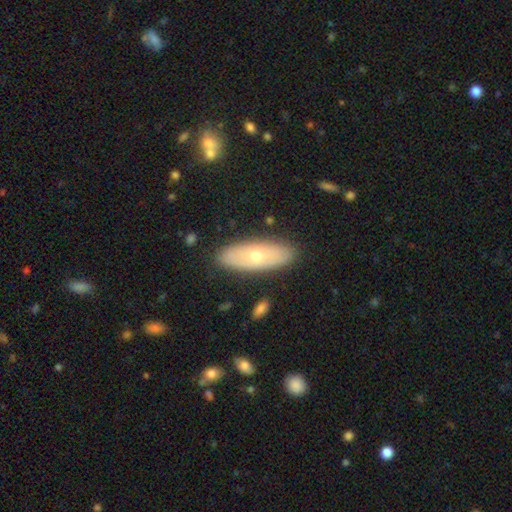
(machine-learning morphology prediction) A smooth galaxy with no disk features (54%) that is in between round and cigar-shaped (71%). Merging: none (87%).